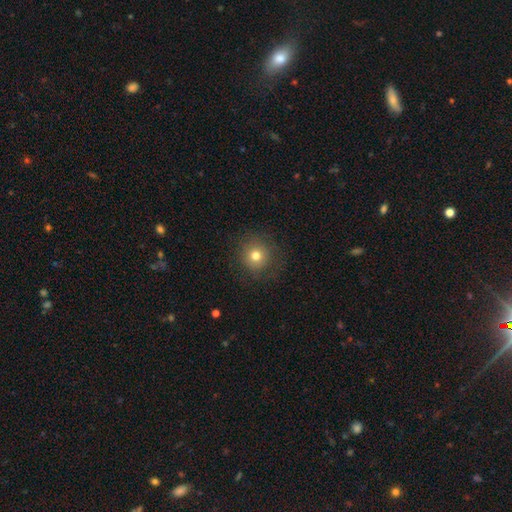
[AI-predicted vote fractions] Smooth or featured? smooth (75%)
How rounded? round (92%)
Merging? none (83%)